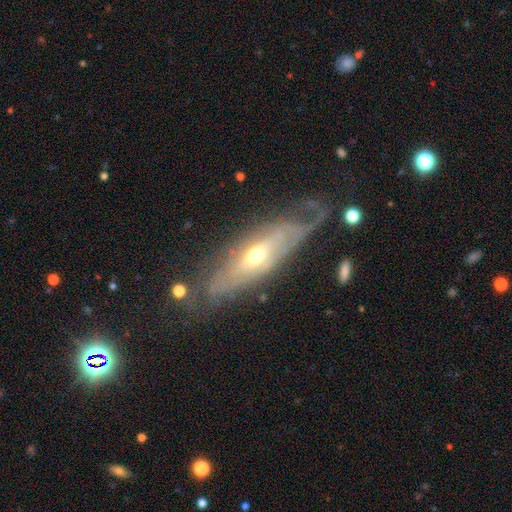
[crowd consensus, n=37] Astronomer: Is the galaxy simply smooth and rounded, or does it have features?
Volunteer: featured or disk — 73%.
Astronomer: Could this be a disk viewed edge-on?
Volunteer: no — 70%.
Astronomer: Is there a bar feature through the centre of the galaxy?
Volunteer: no — 68%.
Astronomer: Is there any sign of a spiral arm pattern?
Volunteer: yes — 89%.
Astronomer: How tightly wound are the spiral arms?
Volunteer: medium — 47% (runner-up: tight, 41%).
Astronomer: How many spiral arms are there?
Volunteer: can't tell — 65%.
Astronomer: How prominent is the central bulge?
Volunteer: moderate — 74%.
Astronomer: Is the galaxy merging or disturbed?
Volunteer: none — 38% (runner-up: minor disturbance, 35%).